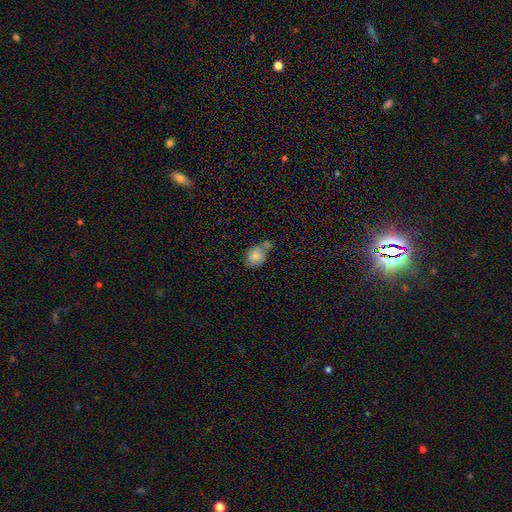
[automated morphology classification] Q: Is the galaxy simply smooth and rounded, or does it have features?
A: smooth — 81%.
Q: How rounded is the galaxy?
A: in between — 50%.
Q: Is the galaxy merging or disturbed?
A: none — 46%.